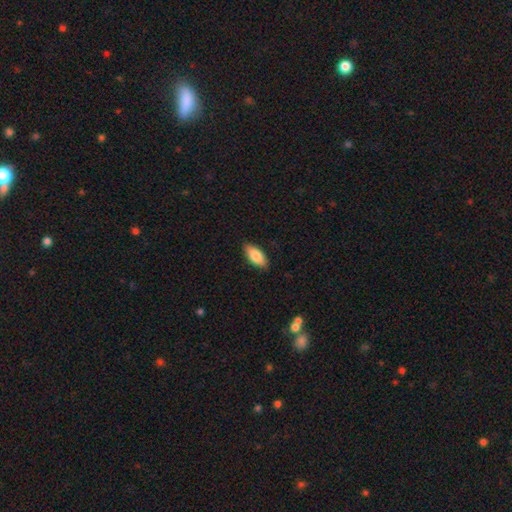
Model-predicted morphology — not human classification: Smooth or featured?
  - smooth: 83% *
  - featured or disk: 11%
  - star or artifact: 6%
How rounded?
  - in between: 87% *
  - cigar-shaped: 11%
  - round: 2%
Merging?
  - none: 87% *
  - minor disturbance: 10%
  - major disturbance: 2%
  - merger: 1%